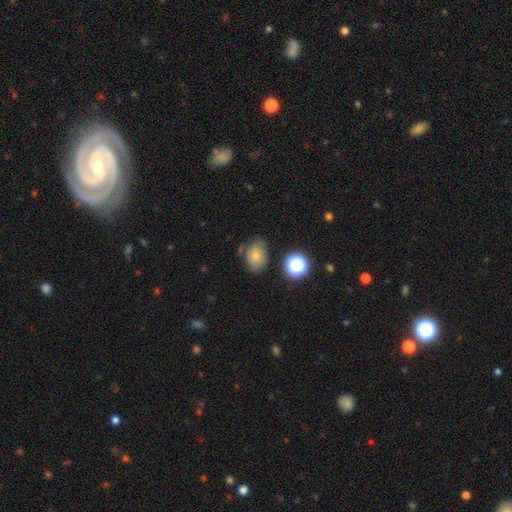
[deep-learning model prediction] smooth 73%, featured or disk 14%, star or artifact 13%. Down the decision tree: how rounded — in between (64%); merging — none (63%).